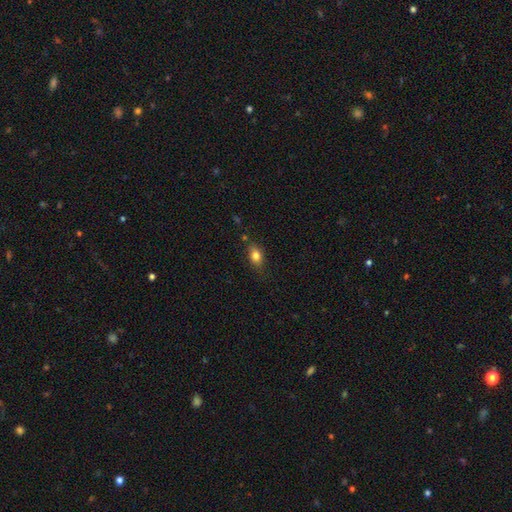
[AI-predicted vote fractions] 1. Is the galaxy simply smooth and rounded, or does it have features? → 81% smooth, 10% star or artifact, 9% featured or disk.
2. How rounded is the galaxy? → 75% in between, 21% round, 4% cigar-shaped.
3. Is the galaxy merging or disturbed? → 74% none, 19% minor disturbance, 4% major disturbance, 3% merger.